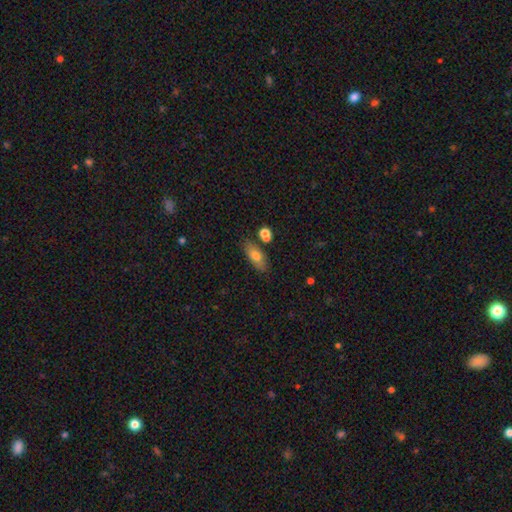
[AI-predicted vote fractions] Morphology: type=smooth (73%); roundness=in between (80%); merging=none (76%).